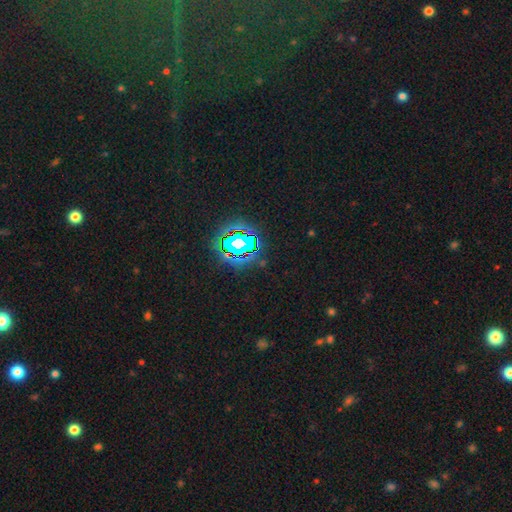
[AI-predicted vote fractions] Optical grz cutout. It shows a star or artifact, not a galaxy (81%).